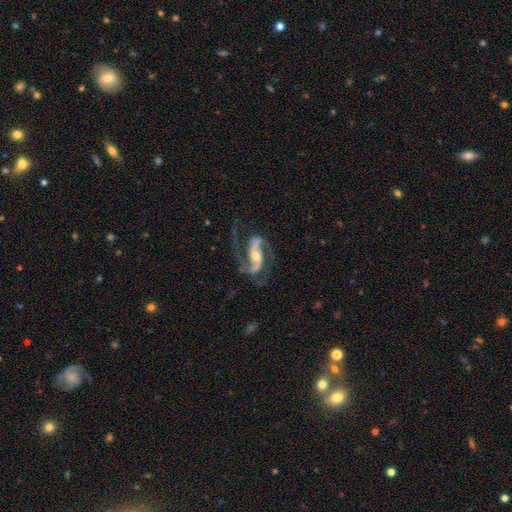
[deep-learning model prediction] Smooth or featured? Predicted: featured or disk (p=0.91). Edge-on disk? Predicted: no (p=0.96). Bar? Predicted: strong (p=0.41). Spiral arms? Predicted: yes (p=0.97). Spiral winding? Predicted: medium (p=0.51). Spiral arm count? Predicted: 2 (p=0.90). Bulge size? Predicted: moderate (p=0.57). Merging? Predicted: none (p=0.63).